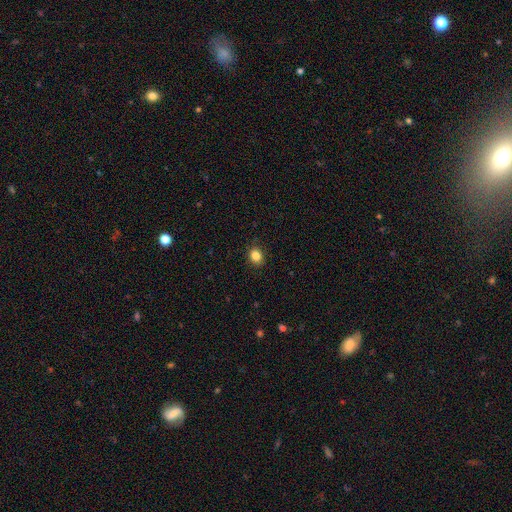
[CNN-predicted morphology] Smooth or featured? Predicted: smooth (p=0.85). How rounded? Predicted: round (p=0.60). Merging? Predicted: none (p=0.90).